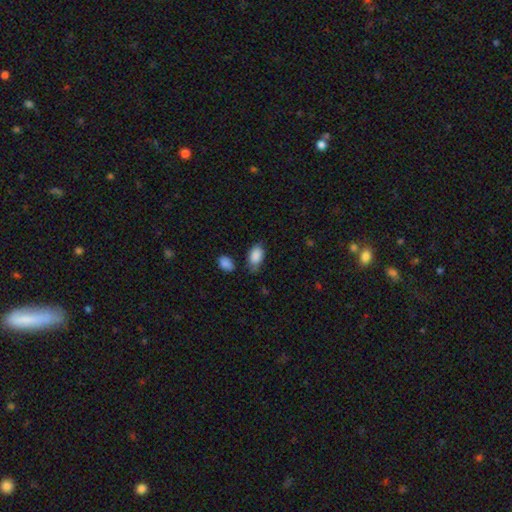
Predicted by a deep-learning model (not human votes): Smooth or featured: smooth — 88% (star or artifact — 7%)
How rounded: in between — 92% (round — 6%)
Merging: none — 62% (minor disturbance — 26%)